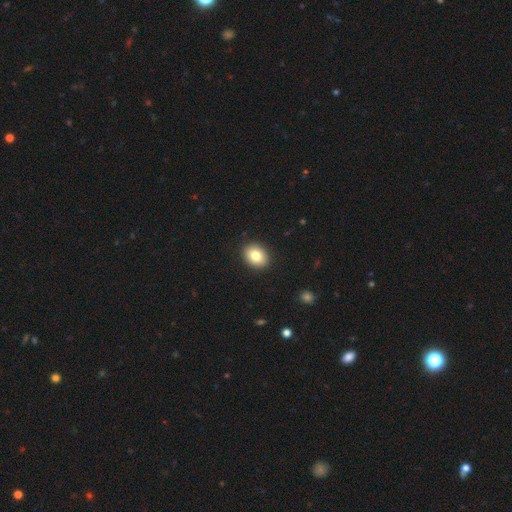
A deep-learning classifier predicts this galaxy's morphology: Q: Smooth or featured?
A: smooth (83%); runner-up: featured or disk (9%)
Q: How rounded?
A: in between (55%); runner-up: round (44%)
Q: Merging?
A: none (91%); runner-up: minor disturbance (7%)